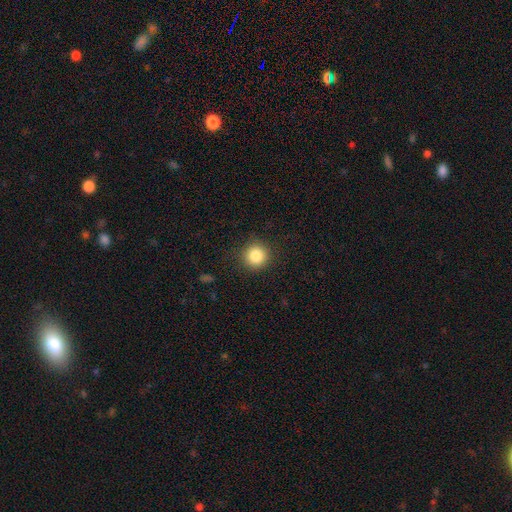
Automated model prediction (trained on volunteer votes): A smooth galaxy with no disk features (85%) that is round (93%).

Vote fractions:
- Smooth or featured? smooth: 85% / star or artifact: 10% / featured or disk: 5%
- How rounded? round: 93% / in between: 6% / cigar-shaped: 1%
- Merging? none: 89% / minor disturbance: 7% / major disturbance: 3% / merger: 1%